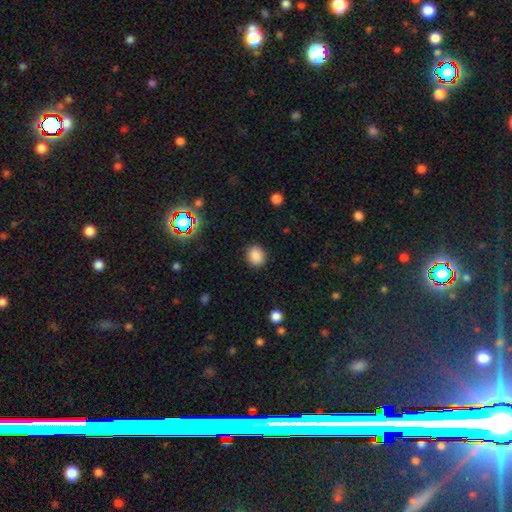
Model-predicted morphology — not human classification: This appears to be a smooth galaxy with no disk features (86%) that is round (73%). Merging: none (89%).